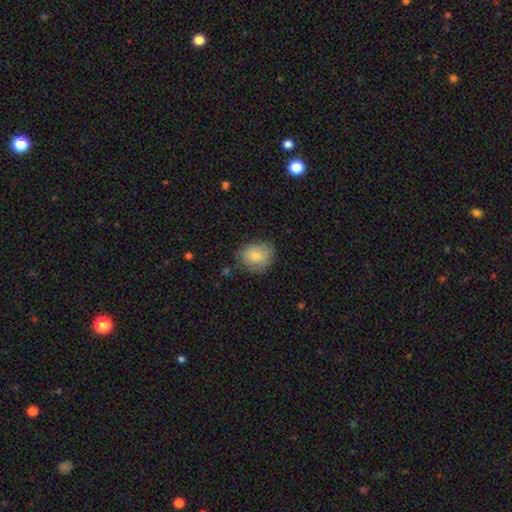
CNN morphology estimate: Overall: smooth (80%). How rounded: round (51%; in between 48%). Merging: none (70%).